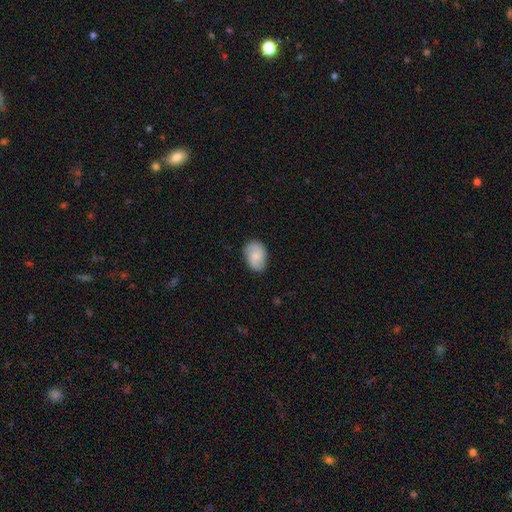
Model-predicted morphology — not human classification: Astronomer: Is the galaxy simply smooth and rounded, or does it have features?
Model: smooth — 62%.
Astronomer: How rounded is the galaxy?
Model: in between — 82%.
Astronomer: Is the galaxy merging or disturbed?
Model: none — 80%.